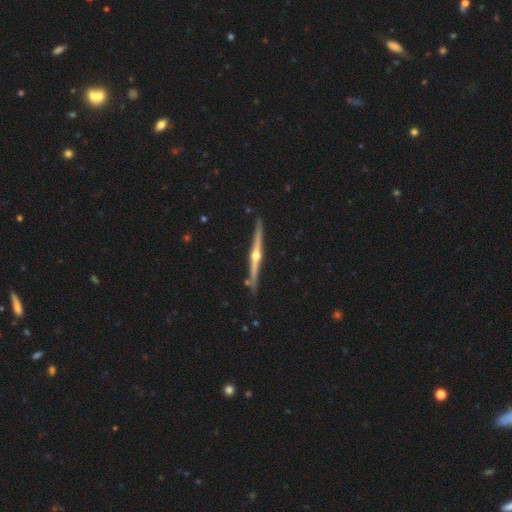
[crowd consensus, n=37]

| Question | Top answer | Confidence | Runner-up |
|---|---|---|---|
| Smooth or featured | featured or disk | 84% | smooth (14%) |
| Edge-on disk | yes | 100% | — |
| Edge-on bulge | rounded | 94% | none (6%) |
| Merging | none | 92% | minor disturbance (3%) |